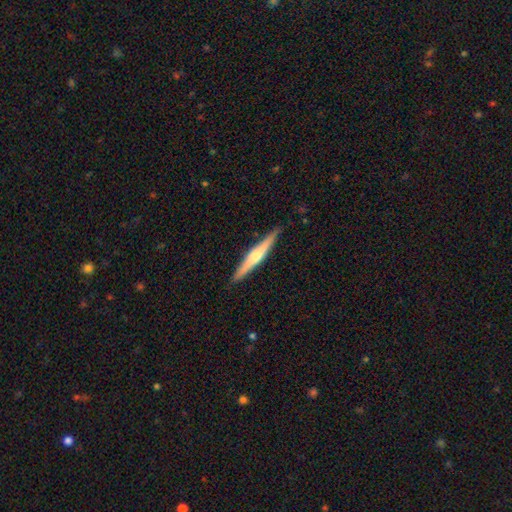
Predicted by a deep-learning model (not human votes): This appears to be a featured or disk galaxy (69%) viewed edge-on (98%) with a rounded central bulge (85%). Merging: none (91%).